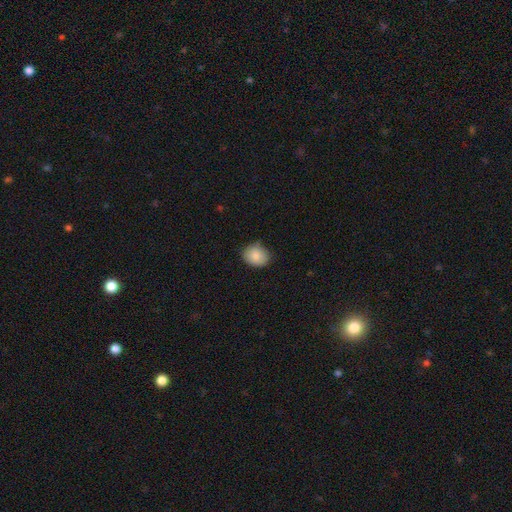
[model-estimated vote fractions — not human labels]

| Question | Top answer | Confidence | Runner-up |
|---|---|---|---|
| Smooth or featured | smooth | 85% | star or artifact (8%) |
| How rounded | round | 56% | in between (43%) |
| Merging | none | 76% | minor disturbance (20%) |